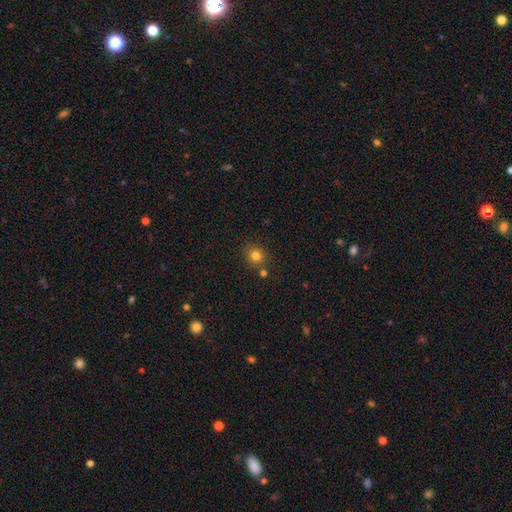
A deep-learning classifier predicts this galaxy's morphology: This is likely a smooth galaxy (80%). How rounded: clearly round (85%). Merging: likely none (77%).